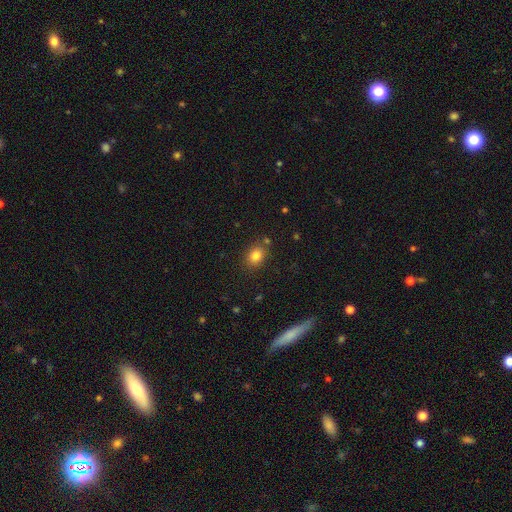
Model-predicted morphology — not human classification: Smooth or featured? Predicted: smooth (p=0.82). How rounded? Predicted: in between (p=0.55). Merging? Predicted: none (p=0.80).